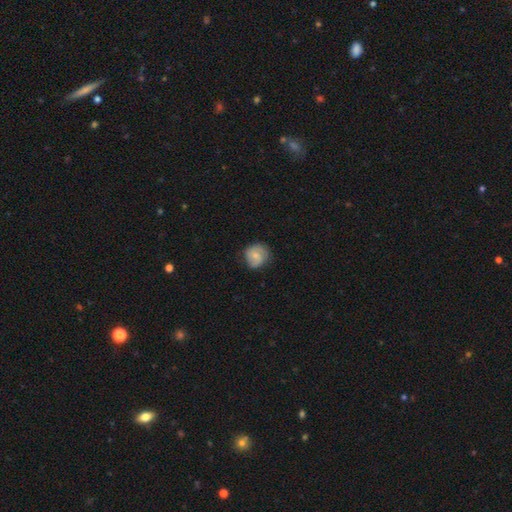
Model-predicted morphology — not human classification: Smooth or featured? smooth (56%)
How rounded? round (83%)
Merging? none (71%)